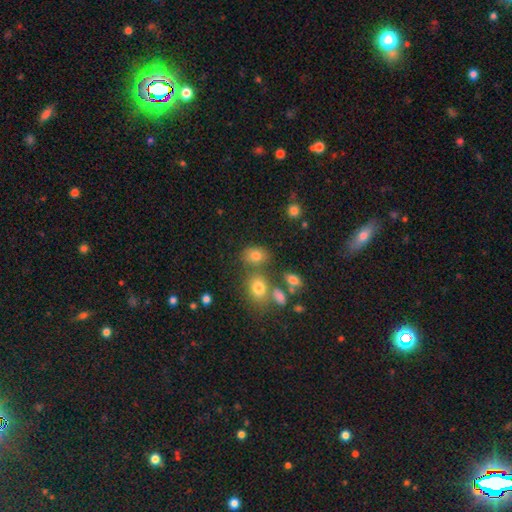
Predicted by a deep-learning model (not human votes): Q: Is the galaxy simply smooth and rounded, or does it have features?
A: smooth — 75%.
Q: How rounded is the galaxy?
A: in between — 56%.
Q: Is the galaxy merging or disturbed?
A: none — 60%.